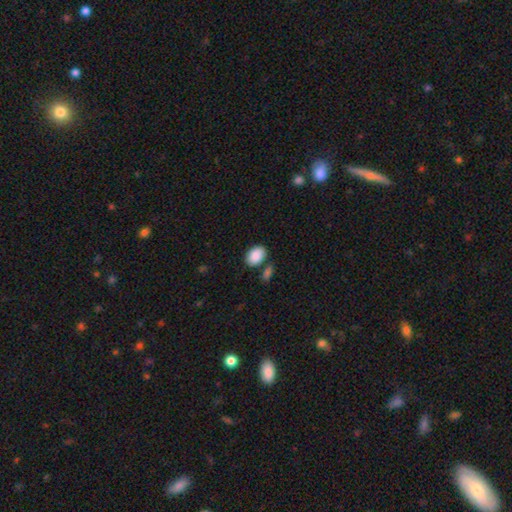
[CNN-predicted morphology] Smooth or featured? smooth (88%)
How rounded? in between (85%)
Merging? none (66%)